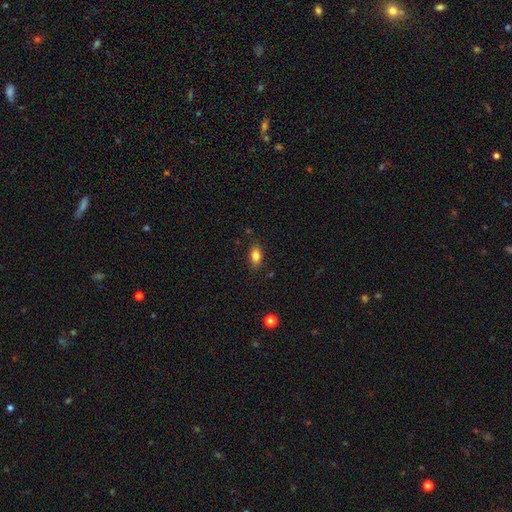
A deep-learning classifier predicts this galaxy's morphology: Overall: smooth (83%). How rounded: in between (86%). Merging: none (83%).